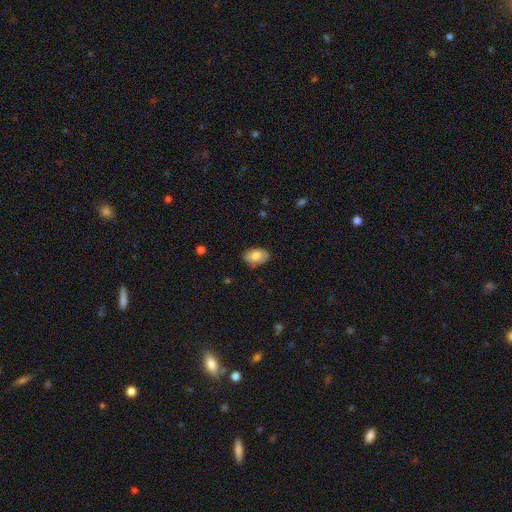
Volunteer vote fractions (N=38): Volunteers were most divided on "merging": none: 60%, minor disturbance: 23%, major disturbance: 14%, merger: 3%. More confident: how rounded — in between (97%); smooth or featured — smooth (82%).